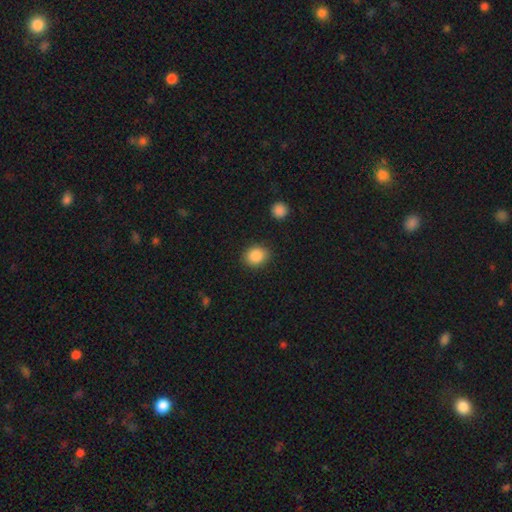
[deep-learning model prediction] Smooth or featured?
  - smooth: 87% *
  - star or artifact: 8%
  - featured or disk: 5%
How rounded?
  - round: 59% *
  - in between: 40%
  - cigar-shaped: 1%
Merging?
  - none: 87% *
  - minor disturbance: 9%
  - major disturbance: 3%
  - merger: 2%